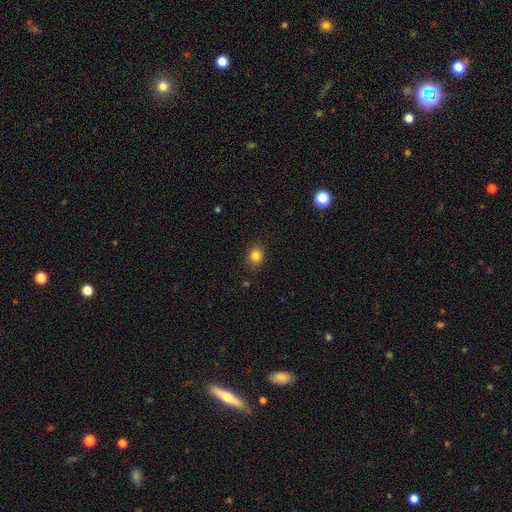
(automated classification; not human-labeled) smooth-or-featured: smooth: 83% | star or artifact: 12% | featured or disk: 5%
  how-rounded: round: 69% | in between: 30% | cigar-shaped: 1%
  merging: none: 87% | minor disturbance: 9% | major disturbance: 2% | merger: 1%